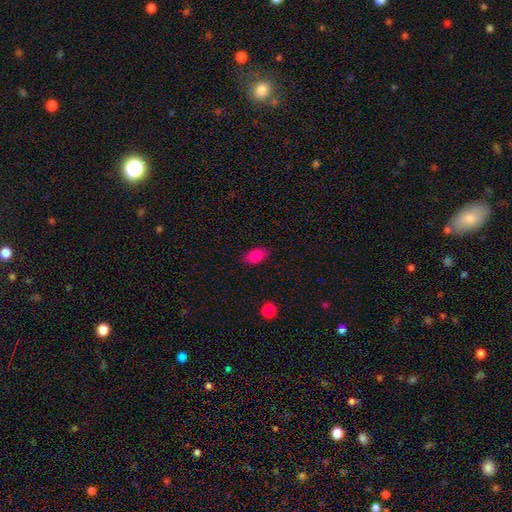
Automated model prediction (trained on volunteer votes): This is clearly a smooth galaxy (85%). How rounded: clearly in between (88%). Merging: clearly none (84%).